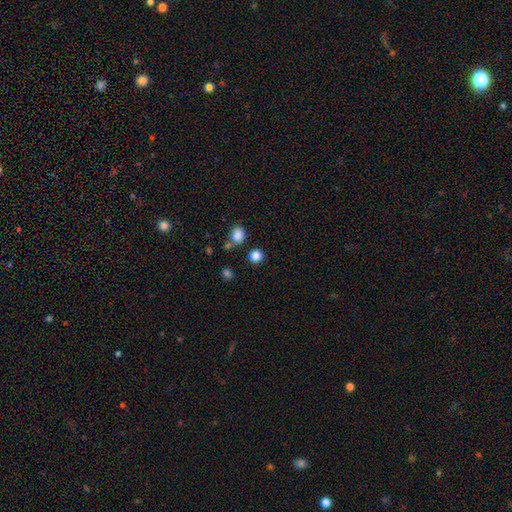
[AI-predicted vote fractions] smooth_or_featured: smooth (p=0.84) [alt: star or artifact p=0.12]
how_rounded: round (p=0.89) [alt: in between p=0.10]
merging: none (p=0.82) [alt: minor disturbance p=0.08]